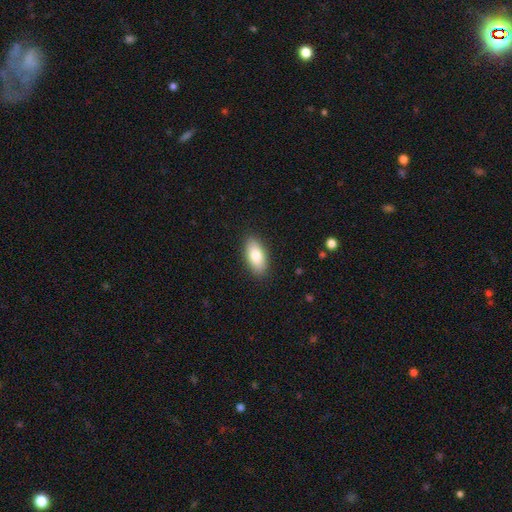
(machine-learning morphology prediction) Q: Smooth or featured?
A: smooth (82%); runner-up: featured or disk (11%)
Q: How rounded?
A: in between (90%); runner-up: cigar-shaped (7%)
Q: Merging?
A: none (88%); runner-up: minor disturbance (8%)